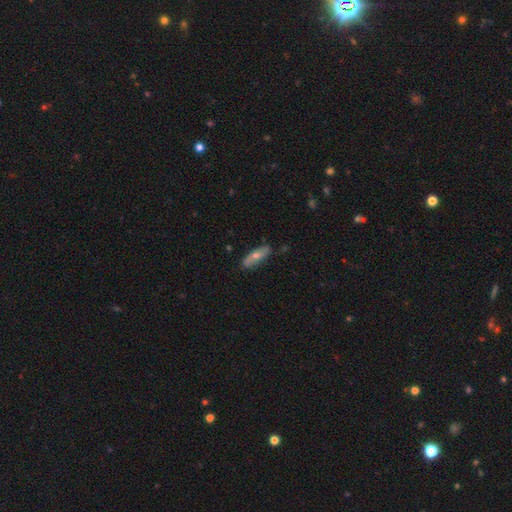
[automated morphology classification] Overall: smooth (50%; featured or disk 43%). How rounded: cigar-shaped (51%; in between 46%). Merging: none (82%).